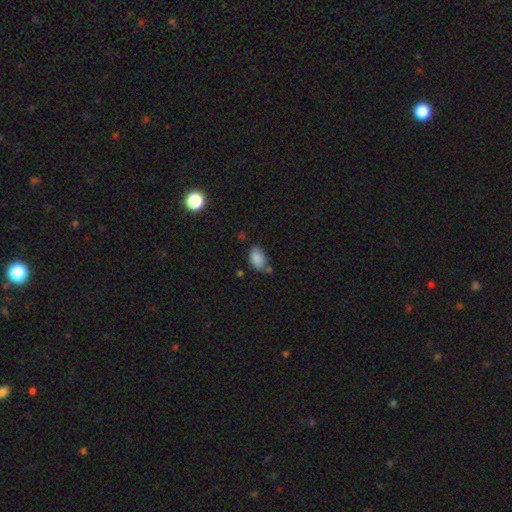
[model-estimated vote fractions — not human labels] A smooth galaxy with no disk features (86%) that is in between round and cigar-shaped (89%). Merging: none (59%).